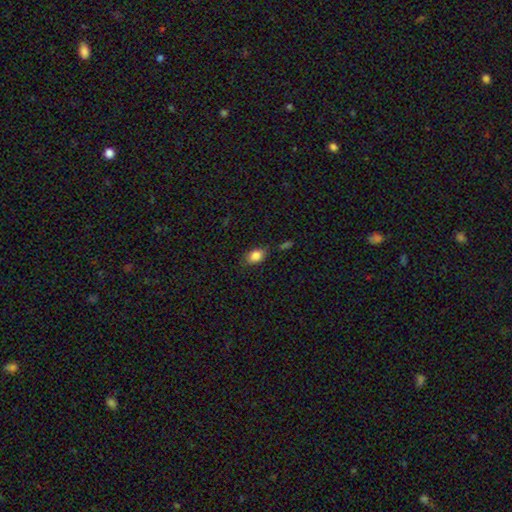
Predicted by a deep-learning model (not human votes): Smooth or featured?
  - smooth: 83% *
  - star or artifact: 9%
  - featured or disk: 8%
How rounded?
  - in between: 84% *
  - round: 13%
  - cigar-shaped: 3%
Merging?
  - none: 74% *
  - minor disturbance: 18%
  - major disturbance: 4%
  - merger: 3%